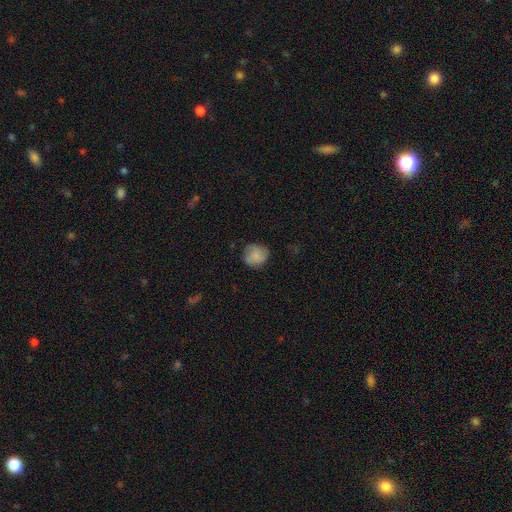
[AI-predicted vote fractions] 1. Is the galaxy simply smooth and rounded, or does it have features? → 75% smooth, 17% featured or disk, 7% star or artifact.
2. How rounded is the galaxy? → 85% round, 14% in between, 1% cigar-shaped.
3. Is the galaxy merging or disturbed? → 77% none, 17% minor disturbance, 5% major disturbance, 1% merger.